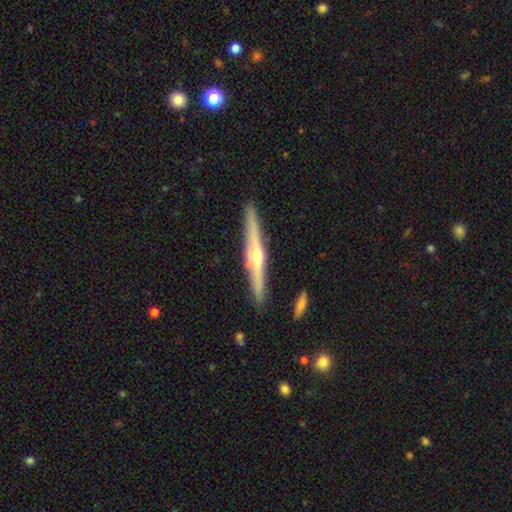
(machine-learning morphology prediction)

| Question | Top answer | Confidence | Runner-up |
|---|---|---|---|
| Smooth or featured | featured or disk | 74% | smooth (21%) |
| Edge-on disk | yes | 97% | no (3%) |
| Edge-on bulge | rounded | 91% | none (5%) |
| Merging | none | 90% | minor disturbance (7%) |